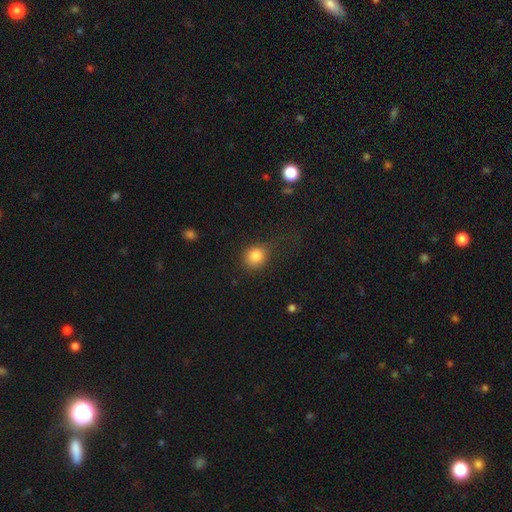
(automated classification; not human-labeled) Smooth or featured: smooth — 84% (star or artifact — 10%)
How rounded: round — 74% (in between — 25%)
Merging: none — 63% (minor disturbance — 23%)